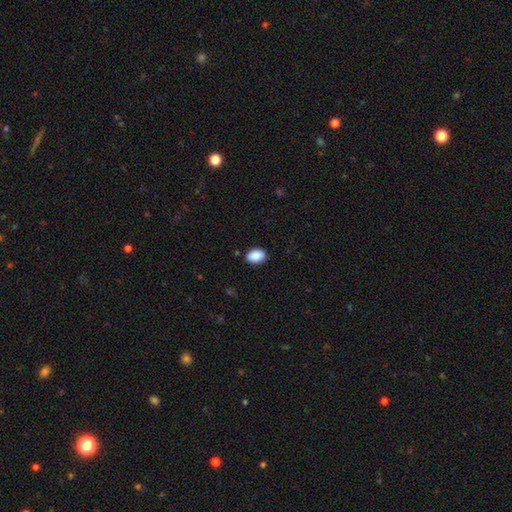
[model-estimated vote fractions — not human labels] Q: Smooth or featured?
A: smooth (90%); runner-up: star or artifact (7%)
Q: How rounded?
A: in between (83%); runner-up: round (16%)
Q: Merging?
A: none (87%); runner-up: minor disturbance (9%)